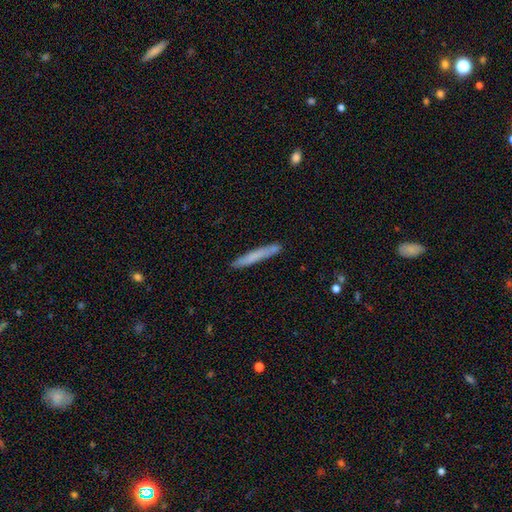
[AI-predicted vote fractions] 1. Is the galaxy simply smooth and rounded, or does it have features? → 69% smooth, 25% featured or disk, 6% star or artifact.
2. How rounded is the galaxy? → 96% cigar-shaped, 3% in between, 1% round.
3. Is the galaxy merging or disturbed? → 87% none, 10% minor disturbance, 2% merger, 2% major disturbance.